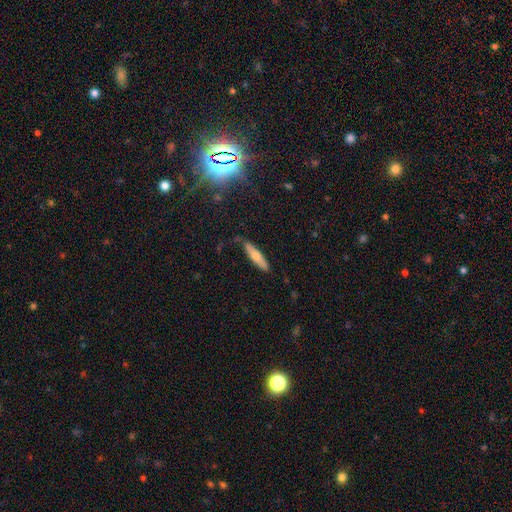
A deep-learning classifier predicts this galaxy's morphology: This appears to be a smooth galaxy with no disk features (55%) that is cigar-shaped (79%). Merging: none (82%).